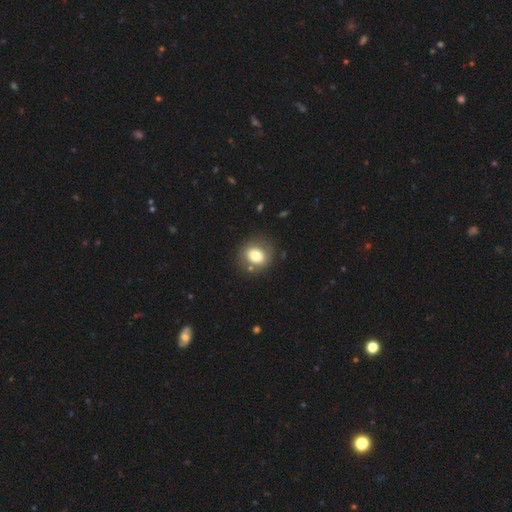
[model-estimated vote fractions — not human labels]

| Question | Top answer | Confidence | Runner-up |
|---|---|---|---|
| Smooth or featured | smooth | 71% | featured or disk (20%) |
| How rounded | round | 70% | in between (29%) |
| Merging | none | 78% | minor disturbance (12%) |